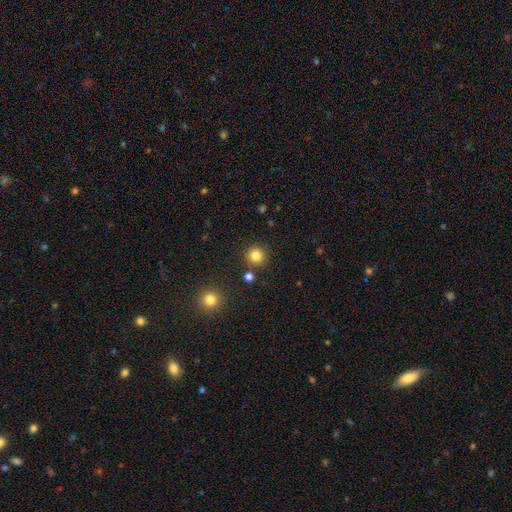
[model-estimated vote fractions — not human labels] A smooth galaxy with no disk features (83%) that is round (94%).

Vote fractions:
- Smooth or featured? smooth: 83% / star or artifact: 12% / featured or disk: 5%
- How rounded? round: 94% / in between: 5% / cigar-shaped: 1%
- Merging? none: 87% / minor disturbance: 6% / merger: 4% / major disturbance: 2%